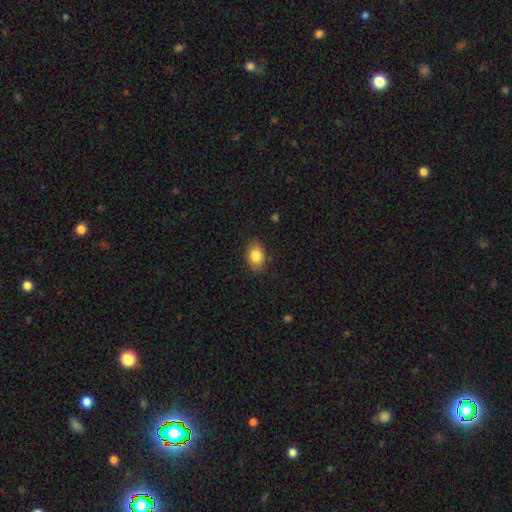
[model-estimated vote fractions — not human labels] Smooth or featured? smooth (84%)
How rounded? in between (73%)
Merging? none (85%)